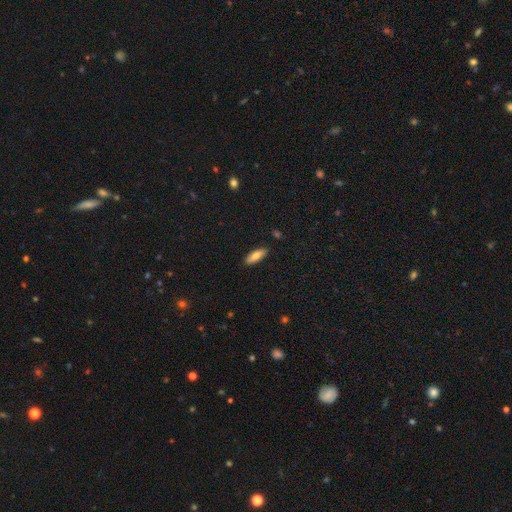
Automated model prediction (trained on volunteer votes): A smooth galaxy with no disk features (75%) that is in between round and cigar-shaped (57%).

Vote fractions:
- Smooth or featured? smooth: 75% / featured or disk: 18% / star or artifact: 6%
- How rounded? in between: 57% / cigar-shaped: 41% / round: 2%
- Merging? none: 86% / minor disturbance: 11% / major disturbance: 2% / merger: 1%